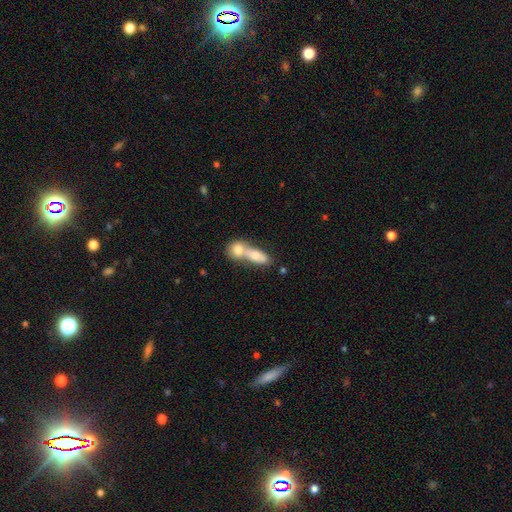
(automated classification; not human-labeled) Smooth or featured? smooth (71%)
How rounded? in between (70%)
Merging? merger (70%)